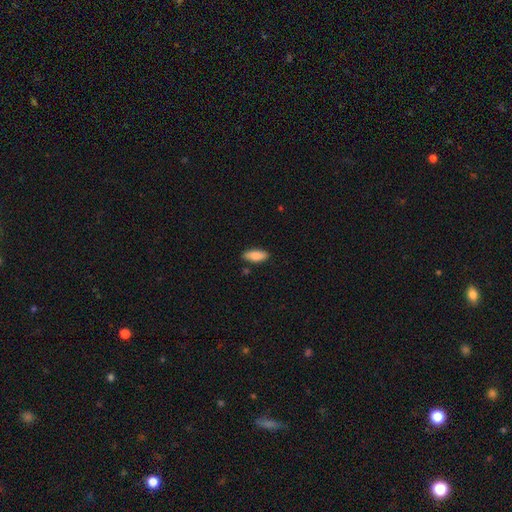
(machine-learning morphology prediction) Smooth or featured: smooth — 82% (featured or disk — 12%)
How rounded: in between — 80% (cigar-shaped — 18%)
Merging: none — 84% (minor disturbance — 12%)